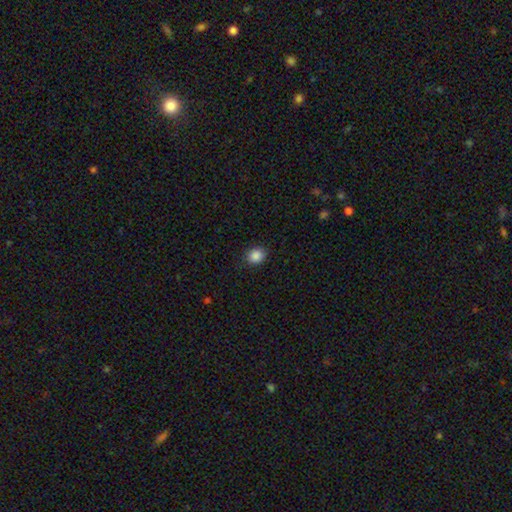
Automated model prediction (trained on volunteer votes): Overall: smooth (87%). How rounded: round (67%; in between 32%). Merging: none (87%).